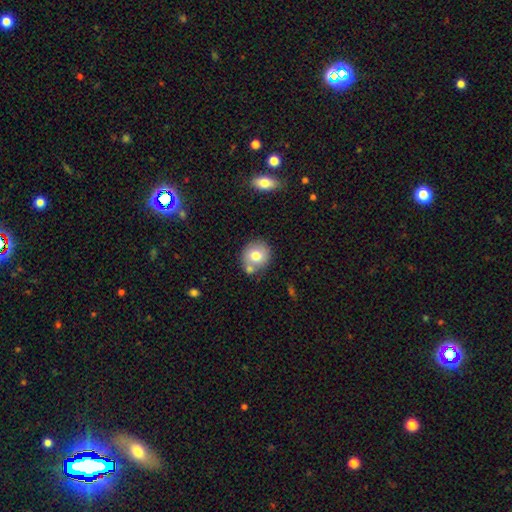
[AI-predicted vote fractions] This appears to be a smooth galaxy with no disk features (74%) that is round (84%). Merging: none (62%).